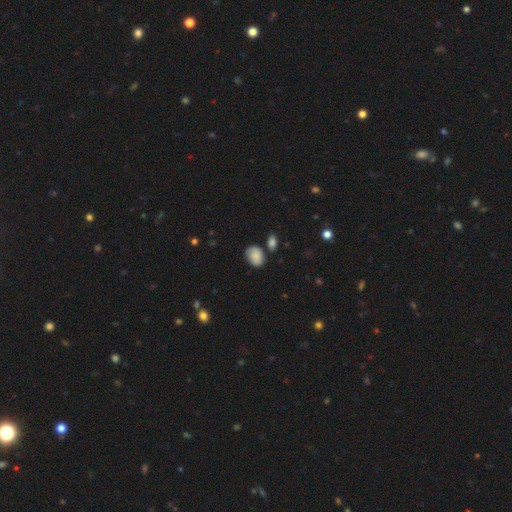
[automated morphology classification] smooth 73%, featured or disk 18%, star or artifact 9%. Down the decision tree: how rounded — in between (68%); merging — none (67%).